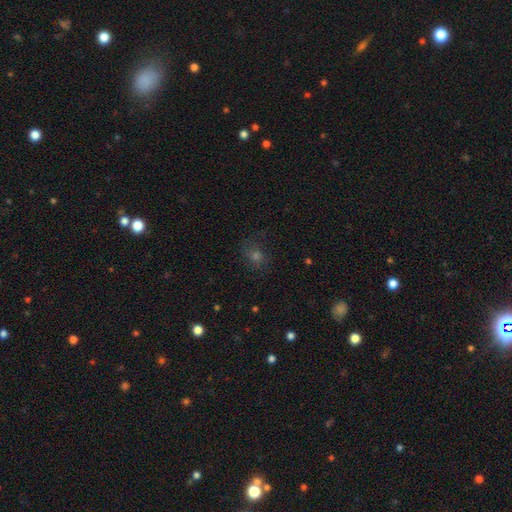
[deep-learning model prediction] smooth-or-featured: smooth: 51% | star or artifact: 33% | featured or disk: 17%
  how-rounded: round: 68% | in between: 30% | cigar-shaped: 1%
  merging: none: 71% | minor disturbance: 17% | major disturbance: 10% | merger: 2%